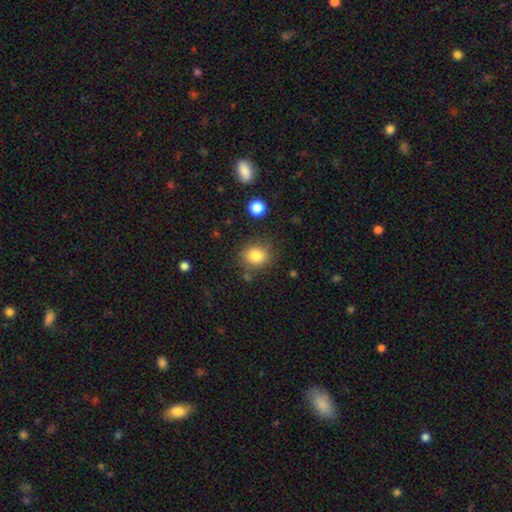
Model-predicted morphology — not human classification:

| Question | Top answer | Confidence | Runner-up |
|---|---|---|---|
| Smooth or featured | smooth | 82% | star or artifact (11%) |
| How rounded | round | 72% | in between (27%) |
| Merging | none | 79% | minor disturbance (12%) |